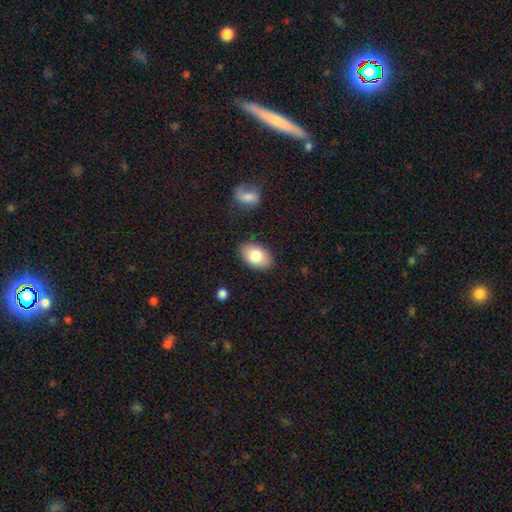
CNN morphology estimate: type=smooth (82%); roundness=in between (90%); merging=none (86%).